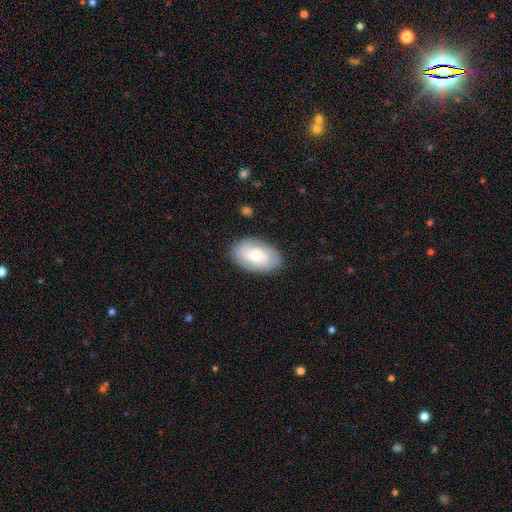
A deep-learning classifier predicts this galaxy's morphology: smooth_or_featured: smooth (p=0.53) [alt: featured or disk p=0.40]
how_rounded: in between (p=0.91) [alt: round p=0.07]
merging: none (p=0.84) [alt: minor disturbance p=0.12]